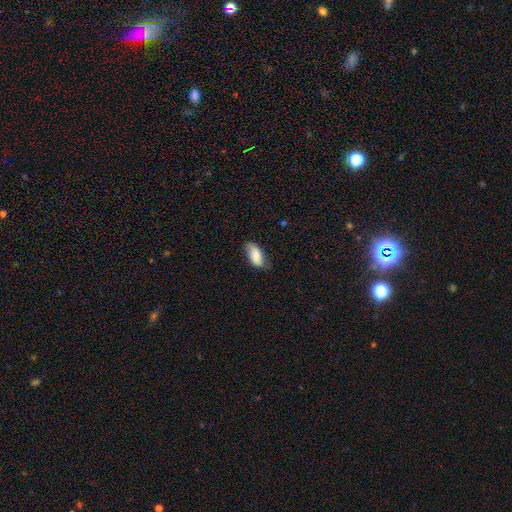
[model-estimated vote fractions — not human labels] Smooth or featured? smooth (76%)
How rounded? in between (89%)
Merging? none (69%)